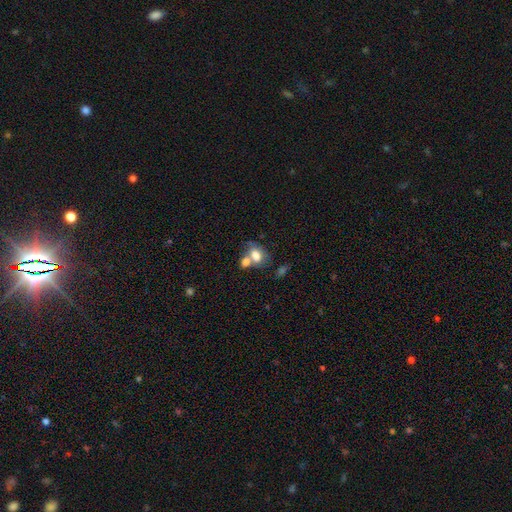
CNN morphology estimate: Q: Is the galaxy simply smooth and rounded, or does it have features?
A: smooth — 72%.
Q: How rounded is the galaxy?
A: in between — 75%.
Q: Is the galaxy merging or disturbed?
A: merger — 52%.